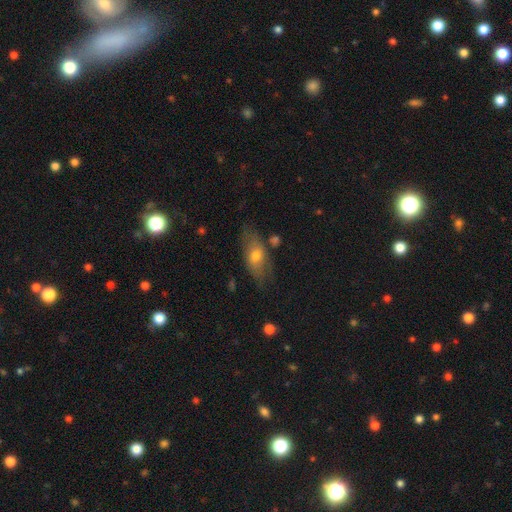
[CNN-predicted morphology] smooth 55%, featured or disk 37%, star or artifact 8%. Down the decision tree: how rounded — in between (80%); merging — none (67%).